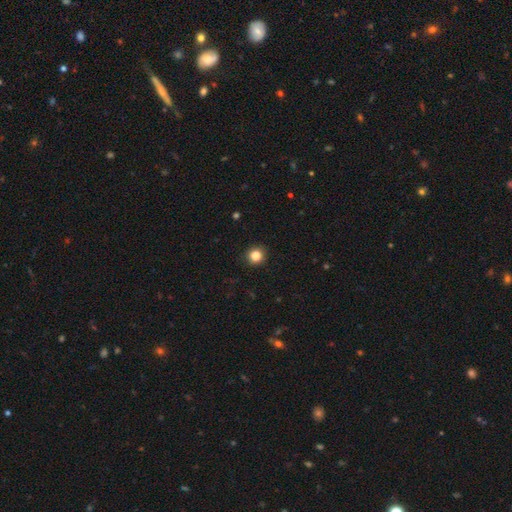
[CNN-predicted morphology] smooth_or_featured: smooth (p=0.83) [alt: star or artifact p=0.12]
how_rounded: round (p=0.92) [alt: in between p=0.07]
merging: none (p=0.92) [alt: minor disturbance p=0.05]